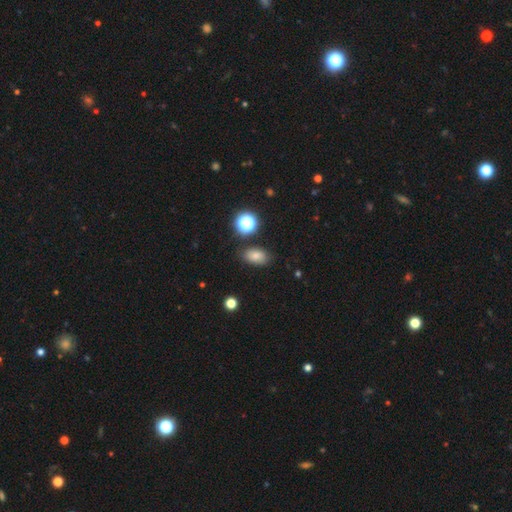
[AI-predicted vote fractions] Morphology: type=smooth (79%); roundness=in between (86%); merging=none (82%).